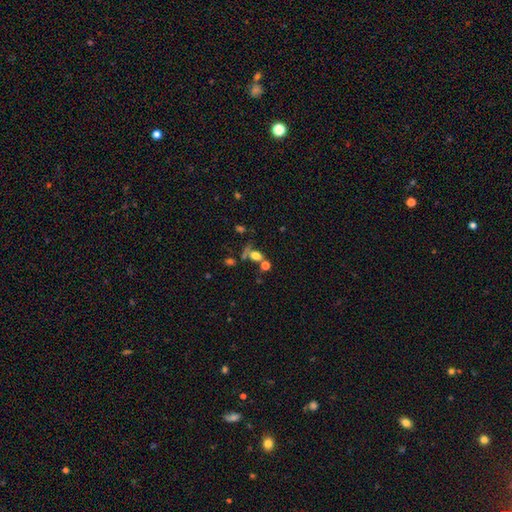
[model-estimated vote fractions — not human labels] A smooth galaxy with no disk features (63%) that is in between round and cigar-shaped (53%). Merging: none (39%).